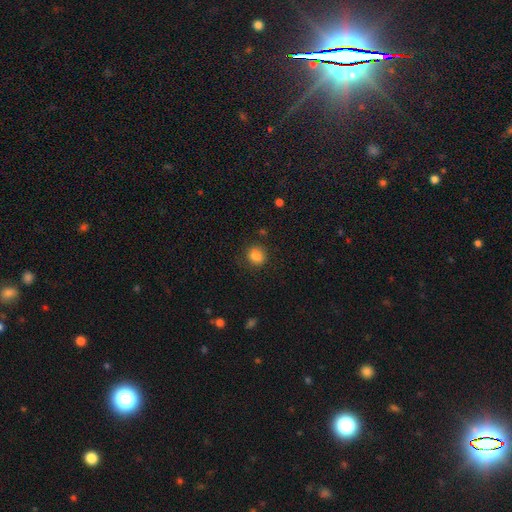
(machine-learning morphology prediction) Smooth or featured?
  - smooth: 84% *
  - star or artifact: 11%
  - featured or disk: 5%
How rounded?
  - round: 78% *
  - in between: 21%
  - cigar-shaped: 1%
Merging?
  - none: 83% *
  - minor disturbance: 12%
  - major disturbance: 4%
  - merger: 2%